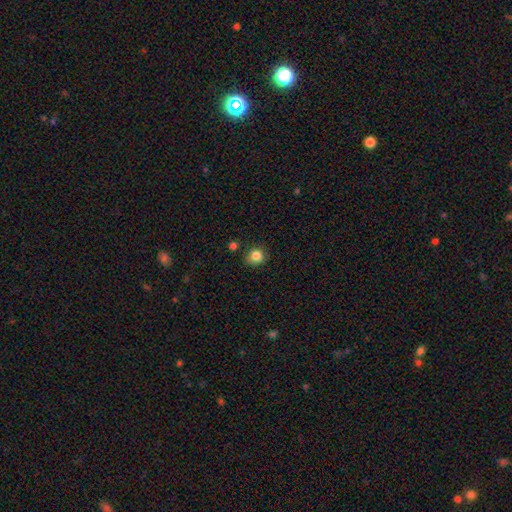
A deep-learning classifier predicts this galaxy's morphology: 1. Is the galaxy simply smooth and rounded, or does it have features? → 83% smooth, 11% star or artifact, 6% featured or disk.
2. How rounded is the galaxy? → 79% round, 20% in between, 1% cigar-shaped.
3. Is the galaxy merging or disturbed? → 76% none, 17% minor disturbance, 4% major disturbance, 4% merger.